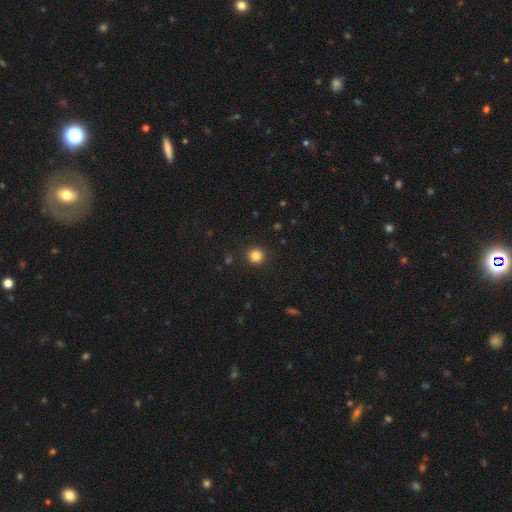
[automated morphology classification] smooth-or-featured: smooth: 84% | star or artifact: 12% | featured or disk: 4%
  how-rounded: round: 94% | in between: 5% | cigar-shaped: 1%
  merging: none: 91% | minor disturbance: 6% | major disturbance: 2% | merger: 1%